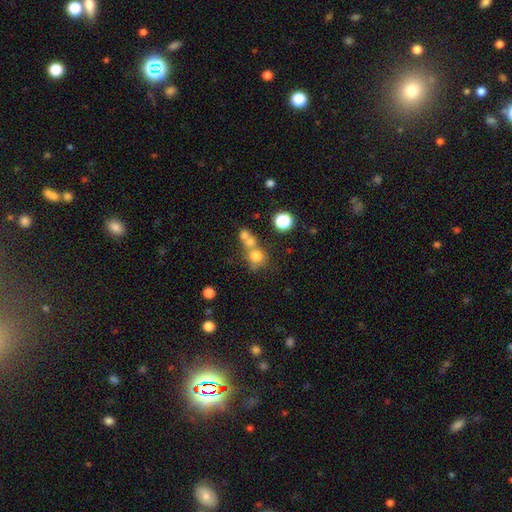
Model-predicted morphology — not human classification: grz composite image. It shows a smooth galaxy with no disk features (69%) that is round (81%). Merging: merger (46%).